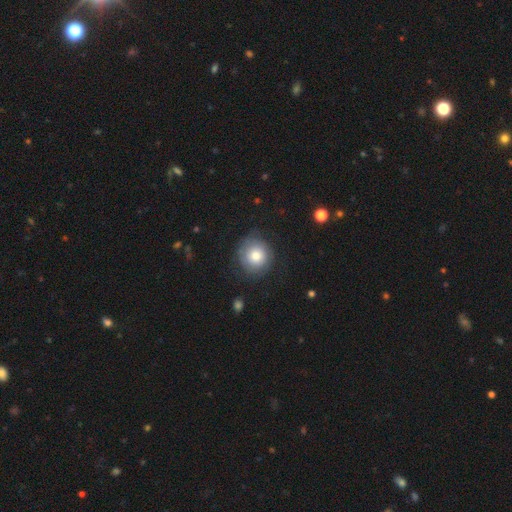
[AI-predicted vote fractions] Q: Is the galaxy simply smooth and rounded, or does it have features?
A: smooth — 69%.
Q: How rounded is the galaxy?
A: round — 92%.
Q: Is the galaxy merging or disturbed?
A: none — 76%.